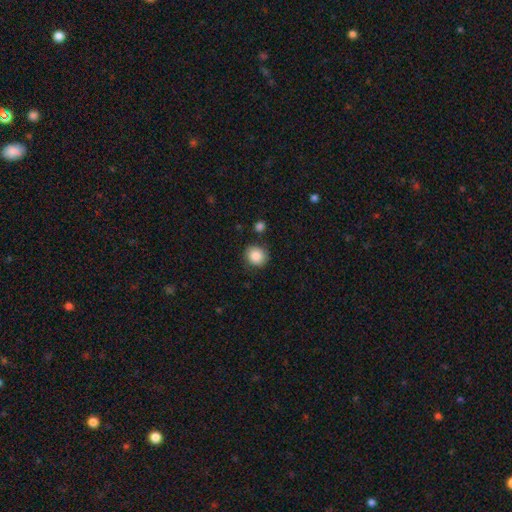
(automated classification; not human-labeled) Smooth or featured?
  - smooth: 87% *
  - star or artifact: 8%
  - featured or disk: 5%
How rounded?
  - round: 85% *
  - in between: 14%
  - cigar-shaped: 1%
Merging?
  - none: 85% *
  - minor disturbance: 10%
  - merger: 3%
  - major disturbance: 3%